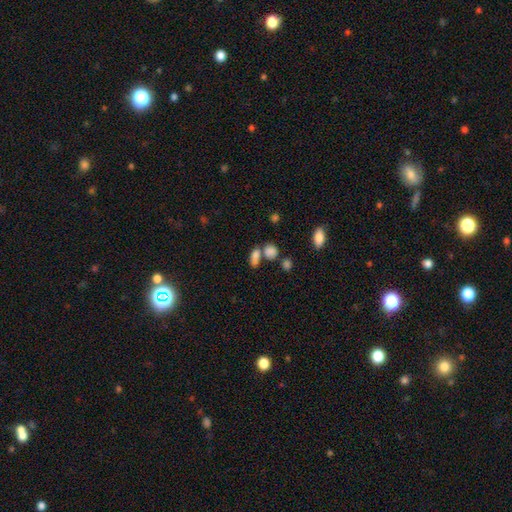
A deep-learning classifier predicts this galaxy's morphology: type=smooth (79%); roundness=in between (70%); merging=none (44%).